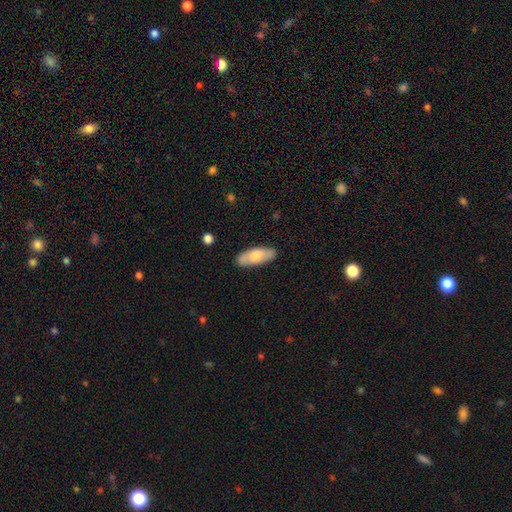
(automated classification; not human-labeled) Smooth or featured?
  - smooth: 70% *
  - featured or disk: 24%
  - star or artifact: 6%
How rounded?
  - in between: 77% *
  - cigar-shaped: 21%
  - round: 2%
Merging?
  - none: 84% *
  - minor disturbance: 12%
  - major disturbance: 2%
  - merger: 2%